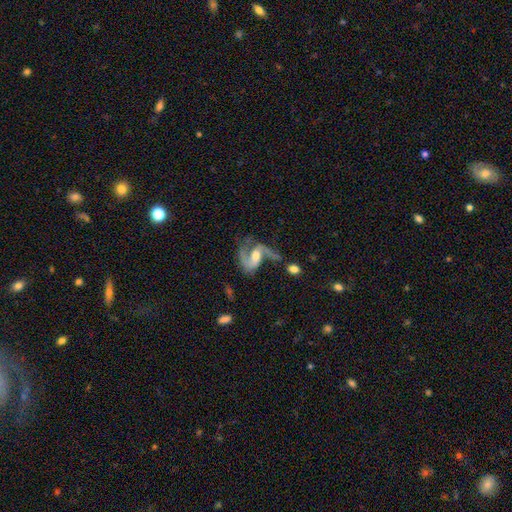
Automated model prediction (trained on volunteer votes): Smooth or featured? featured or disk (84%)
Edge-on disk? no (97%)
Bar? weak (45%)
Spiral arms? yes (93%)
Spiral winding? loose (54%)
Spiral arm count? 2 (82%)
Bulge size? moderate (59%)
Merging? none (38%)